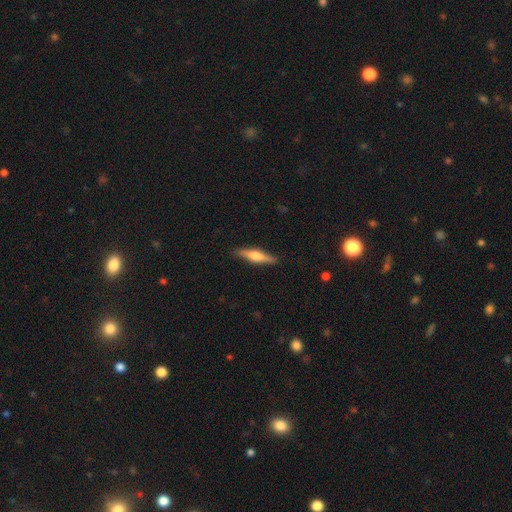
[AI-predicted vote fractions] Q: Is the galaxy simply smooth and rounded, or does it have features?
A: featured or disk — 52%.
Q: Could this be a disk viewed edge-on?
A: yes — 95%.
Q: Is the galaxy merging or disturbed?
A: none — 87%.